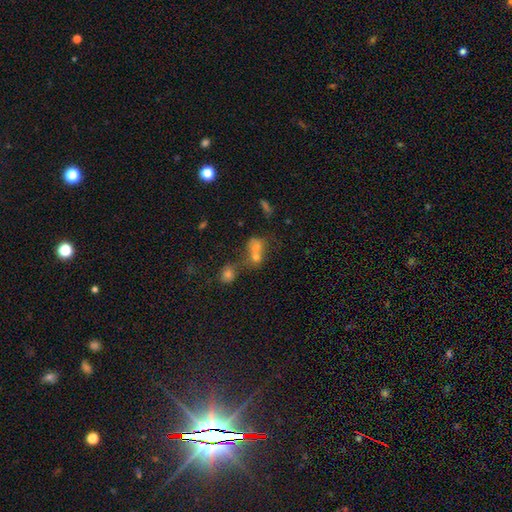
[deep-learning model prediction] Overall: smooth (54%; star or artifact 27%). How rounded: round (55%; in between 42%). Merging: merger (56%; none 30%).